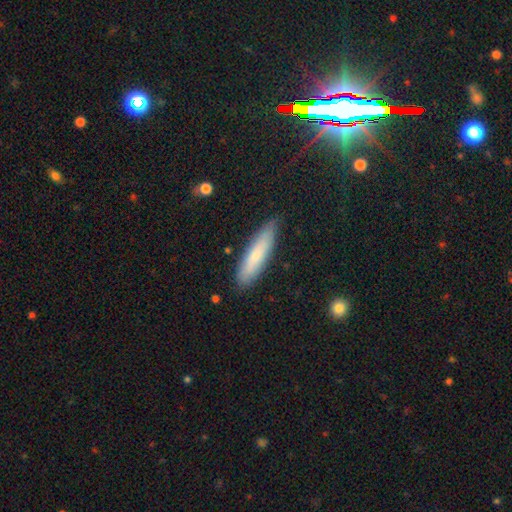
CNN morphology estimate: Q: Smooth or featured?
A: smooth (72%); runner-up: featured or disk (21%)
Q: How rounded?
A: cigar-shaped (77%); runner-up: in between (21%)
Q: Merging?
A: none (83%); runner-up: minor disturbance (13%)